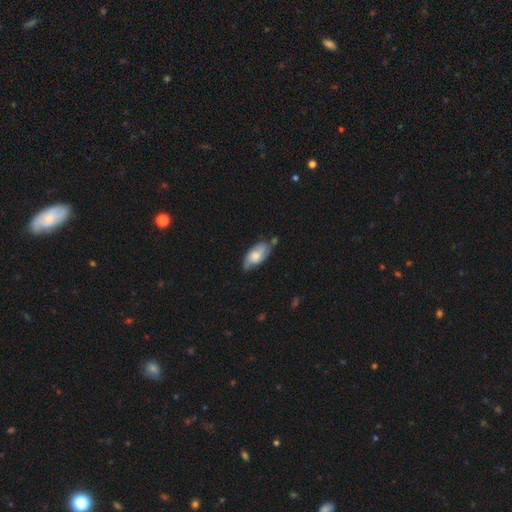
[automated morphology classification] A featured or disk galaxy (51%). Merging: none (59%).